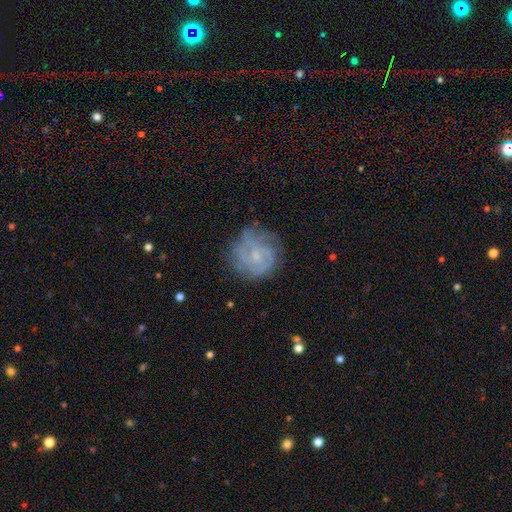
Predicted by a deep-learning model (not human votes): This is likely a featured or disk galaxy (67%). It is clearly not viewed edge-on (98%). Bar: possibly no (59%). Spiral arm pattern: likely yes (78%). Spiral arm count: possibly can't tell (46%). Spiral winding: possibly tight (54%). Central bulge: possibly small (51%). Merging: likely none (66%).